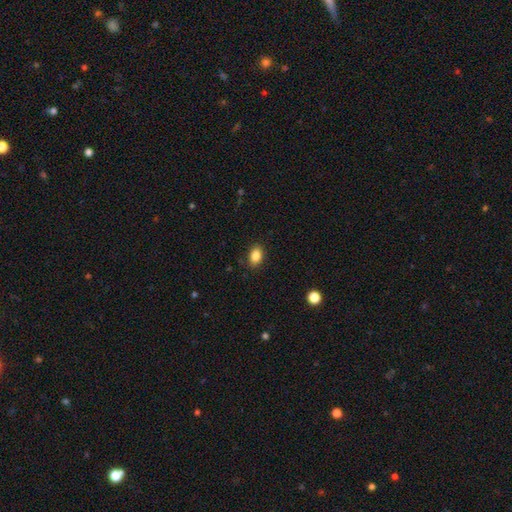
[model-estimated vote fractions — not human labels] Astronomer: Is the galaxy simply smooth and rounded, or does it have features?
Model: smooth — 86%.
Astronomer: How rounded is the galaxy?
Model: in between — 85%.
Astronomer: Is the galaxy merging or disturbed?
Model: none — 87%.